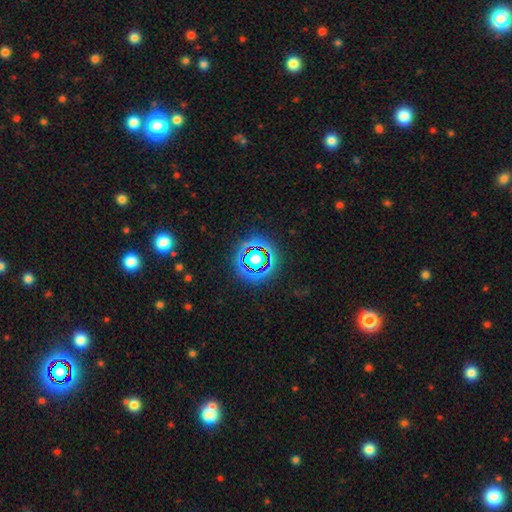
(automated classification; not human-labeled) Overall: star or artifact (59%; smooth 29%).